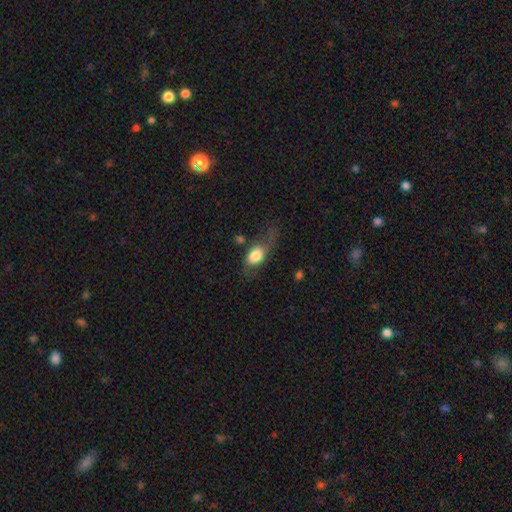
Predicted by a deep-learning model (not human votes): Smooth or featured: smooth — 72% (featured or disk — 20%)
How rounded: in between — 74% (round — 21%)
Merging: none — 38% (major disturbance — 29%)